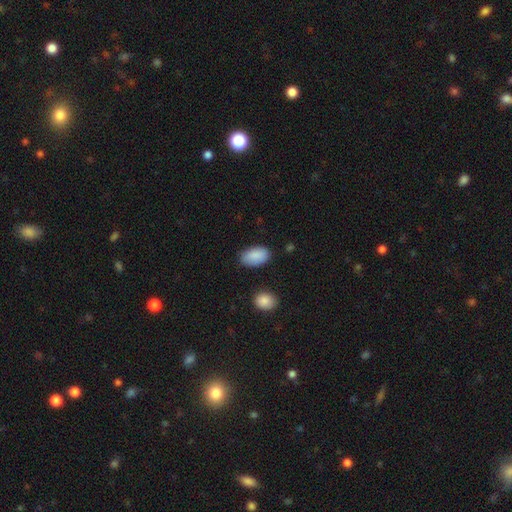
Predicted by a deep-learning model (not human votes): This appears to be a smooth galaxy with no disk features (90%) that is in between round and cigar-shaped (95%). Merging: none (82%).